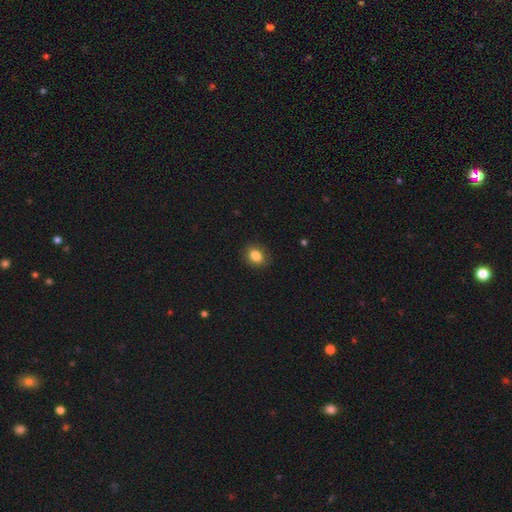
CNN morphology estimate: Smooth or featured?
  - smooth: 84% *
  - star or artifact: 9%
  - featured or disk: 7%
How rounded?
  - in between: 59% *
  - round: 39%
  - cigar-shaped: 1%
Merging?
  - none: 85% *
  - minor disturbance: 11%
  - major disturbance: 3%
  - merger: 1%